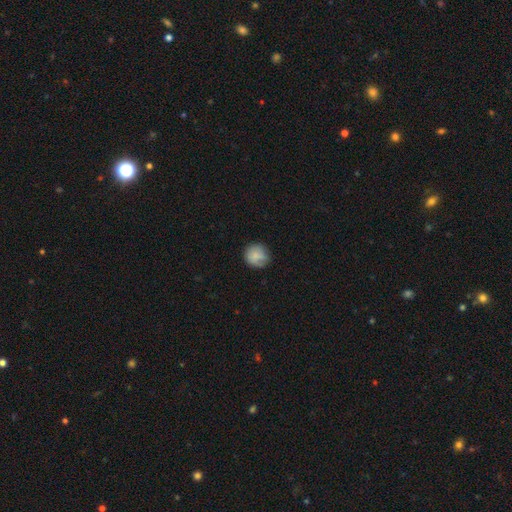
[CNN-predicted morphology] Smooth or featured: smooth — 80% (featured or disk — 12%)
How rounded: round — 86% (in between — 13%)
Merging: none — 74% (minor disturbance — 20%)